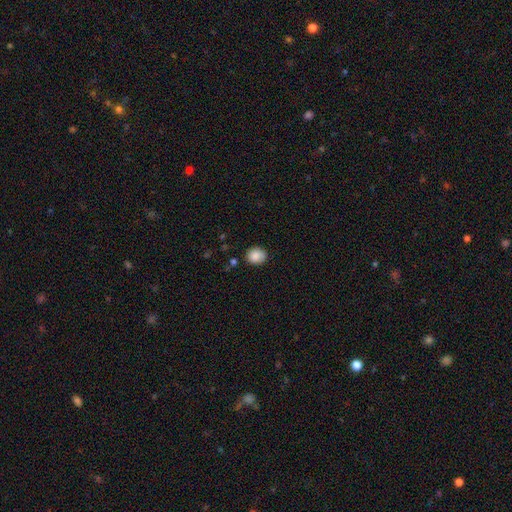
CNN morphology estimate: smooth 87%, star or artifact 9%, featured or disk 4%. Down the decision tree: how rounded — round (76%); merging — none (84%).